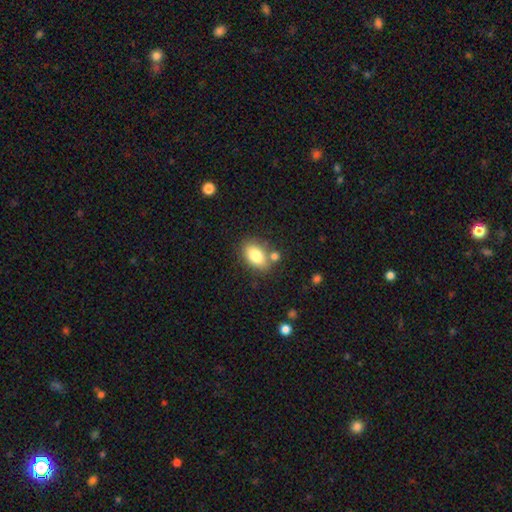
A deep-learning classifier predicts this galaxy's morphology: This appears to be a smooth galaxy with no disk features (82%) that is in between round and cigar-shaped (88%). Merging: none (70%).